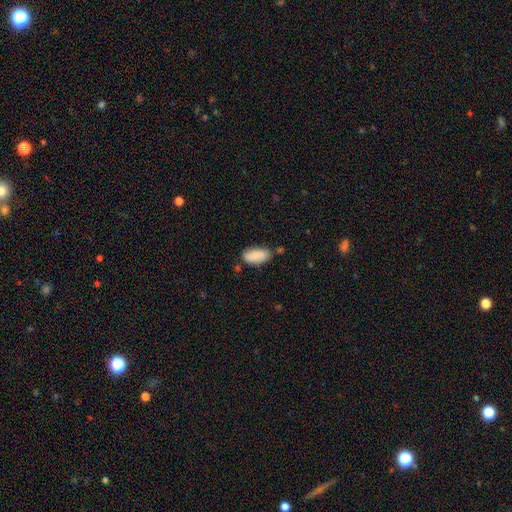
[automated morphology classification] Smooth or featured?
  - smooth: 84% *
  - featured or disk: 10%
  - star or artifact: 6%
How rounded?
  - in between: 92% *
  - cigar-shaped: 5%
  - round: 2%
Merging?
  - none: 68% *
  - minor disturbance: 21%
  - merger: 7%
  - major disturbance: 4%